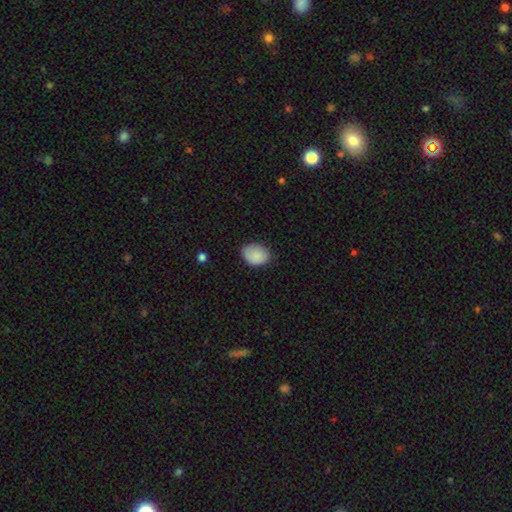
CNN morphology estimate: The model was most divided on "how rounded": in between: 65%, round: 34%, cigar-shaped: 1%. More confident: smooth or featured — smooth (86%); merging — none (75%).